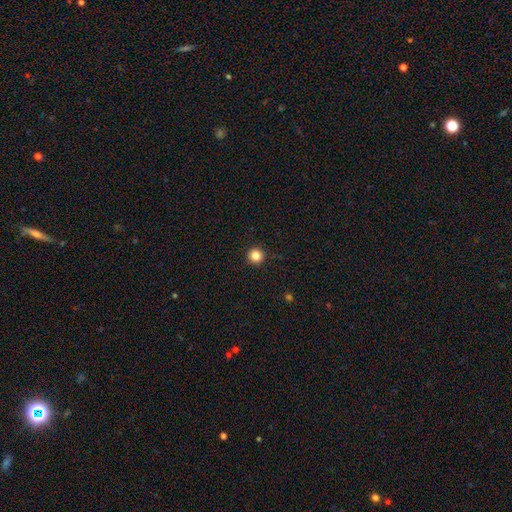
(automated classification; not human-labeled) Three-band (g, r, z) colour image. It shows a smooth galaxy with no disk features (84%) that is round (96%). Merging: none (94%).